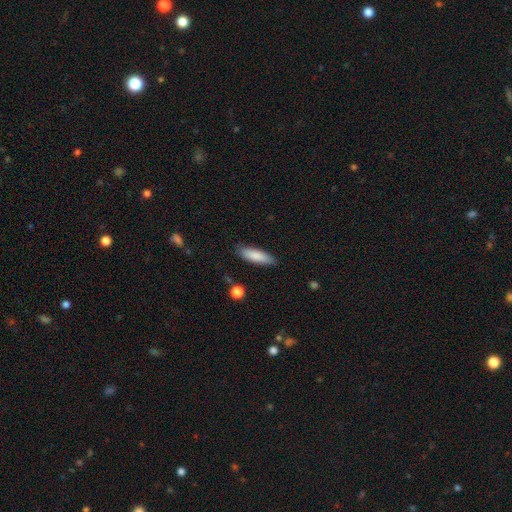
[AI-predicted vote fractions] Smooth or featured: smooth — 84% (featured or disk — 10%)
How rounded: cigar-shaped — 57% (in between — 42%)
Merging: none — 85% (minor disturbance — 11%)